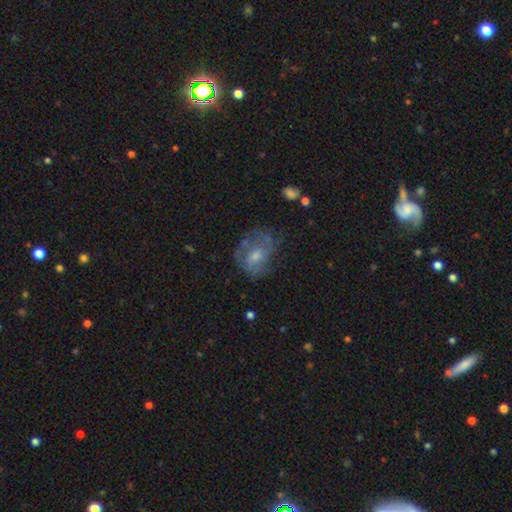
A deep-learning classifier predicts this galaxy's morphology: Smooth or featured? featured or disk (51%)
Edge-on disk? no (97%)
Merging? none (45%)